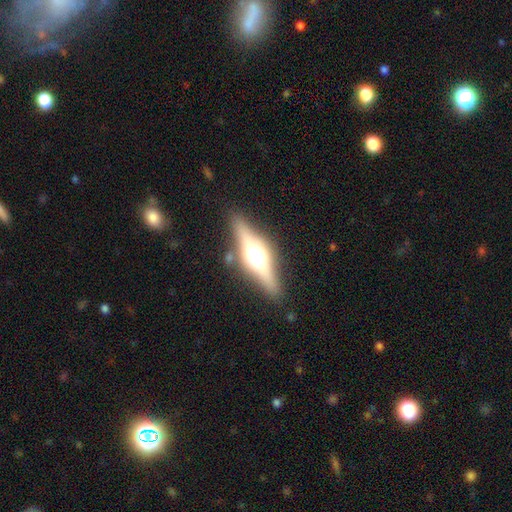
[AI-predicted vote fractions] Morphology: type=featured or disk (69%); edge-on=yes (93%); edge-on bulge=rounded (93%); merging=none (84%).